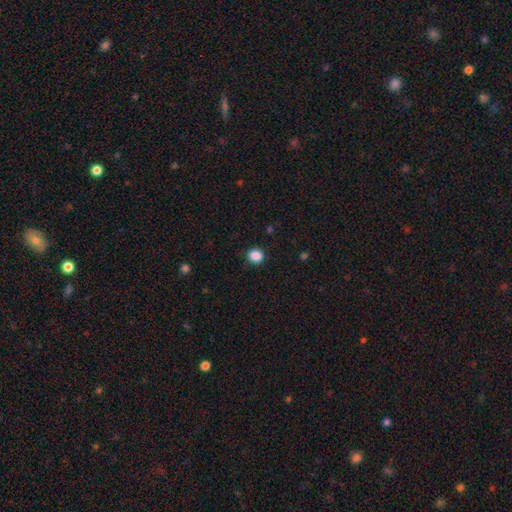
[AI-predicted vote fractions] This appears to be a smooth galaxy with no disk features (87%) that is round (79%). Merging: none (89%).